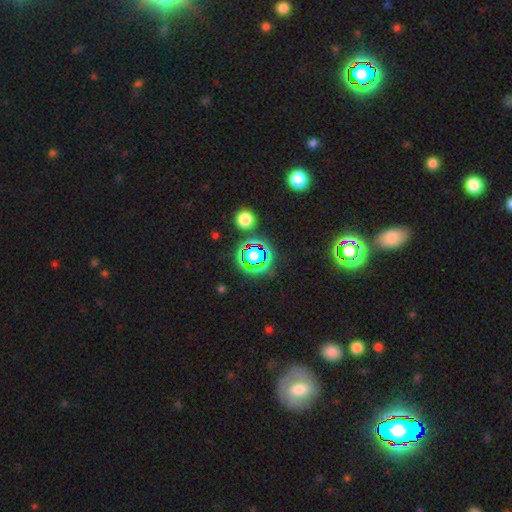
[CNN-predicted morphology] type=star or artifact (69%).